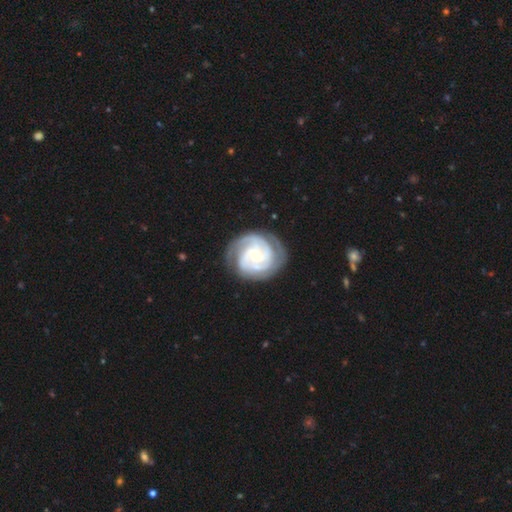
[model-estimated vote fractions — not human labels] Overall: featured or disk (91%). Edge-on disk: no (98%). Bar: no (52%; weak 38%). Spiral arms: yes (98%). Spiral arm count: 3 (46%; 2 23%). Spiral winding: tight (68%). Bulge size: moderate (48%, tied with small). Merging: none (78%).